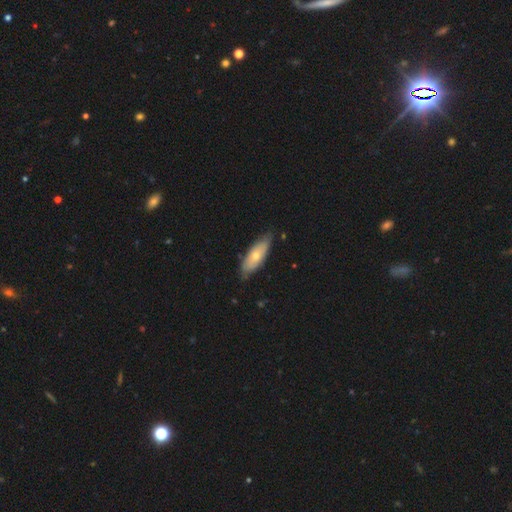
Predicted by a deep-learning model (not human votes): A smooth galaxy with no disk features (60%) that is in between round and cigar-shaped (70%).

Vote fractions:
- Smooth or featured? smooth: 60% / featured or disk: 35% / star or artifact: 5%
- How rounded? in between: 70% / cigar-shaped: 28% / round: 2%
- Merging? none: 76% / minor disturbance: 20% / major disturbance: 3% / merger: 2%